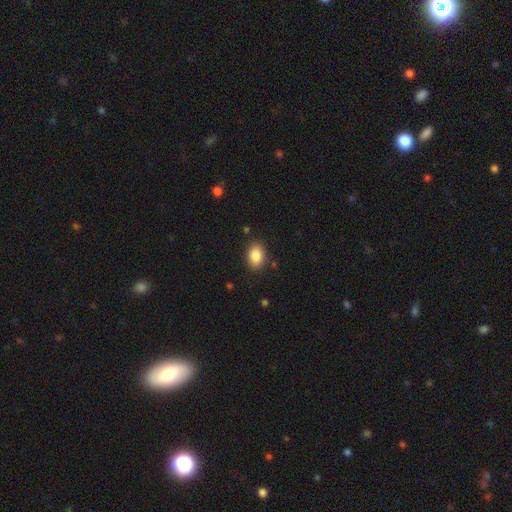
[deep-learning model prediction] A smooth galaxy with no disk features (86%) that is in between round and cigar-shaped (77%).

Vote fractions:
- Smooth or featured? smooth: 86% / star or artifact: 8% / featured or disk: 6%
- How rounded? in between: 77% / round: 21% / cigar-shaped: 1%
- Merging? none: 86% / minor disturbance: 10% / major disturbance: 3% / merger: 2%